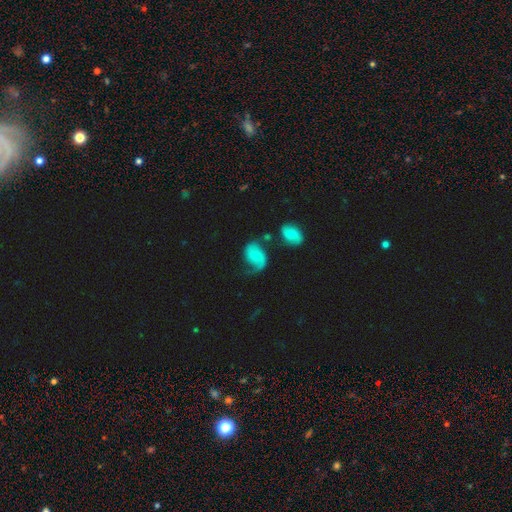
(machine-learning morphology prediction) Smooth or featured?
  - featured or disk: 68% *
  - smooth: 24%
  - star or artifact: 8%
Edge-on disk?
  - no: 97% *
  - yes: 3%
Bar?
  - no: 60% *
  - weak: 33%
  - strong: 7%
Spiral arms?
  - yes: 91% *
  - no: 9%
Spiral winding?
  - loose: 46% *
  - medium: 38%
  - tight: 16%
Spiral arm count?
  - 2: 64% *
  - 1: 27%
  - can't tell: 6%
  - 3: 1%
  - 4: 1%
  - more than 4: 1%
Bulge size?
  - small: 46% *
  - moderate: 41%
  - none: 7%
  - large: 5%
  - dominant: 1%
Merging?
  - none: 44% *
  - minor disturbance: 24%
  - major disturbance: 21%
  - merger: 10%